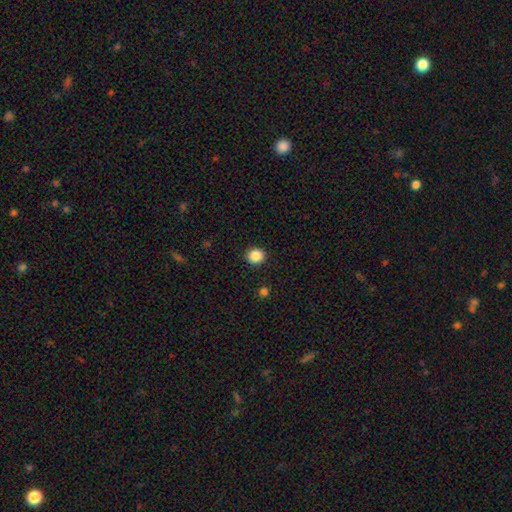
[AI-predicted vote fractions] Q: Smooth or featured?
A: smooth (87%); runner-up: star or artifact (10%)
Q: How rounded?
A: round (88%); runner-up: in between (11%)
Q: Merging?
A: none (92%); runner-up: minor disturbance (5%)